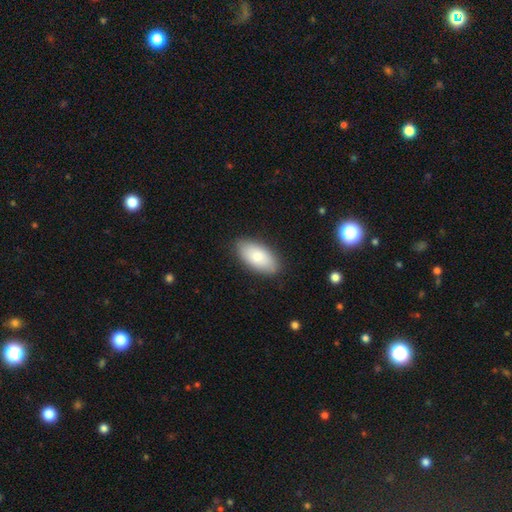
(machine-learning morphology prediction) The model was most divided on "smooth or featured": smooth: 81%, featured or disk: 13%, star or artifact: 6%. More confident: how rounded — in between (94%); merging — none (86%).